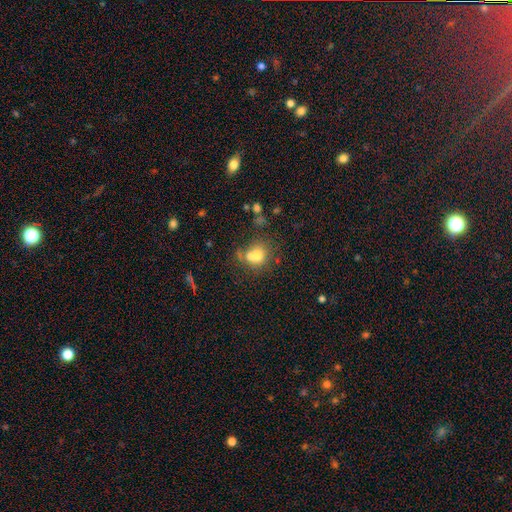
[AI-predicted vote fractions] smooth_or_featured: smooth (p=0.69) [alt: featured or disk p=0.18]
how_rounded: round (p=0.68) [alt: in between p=0.31]
merging: merger (p=0.45) [alt: none p=0.36]